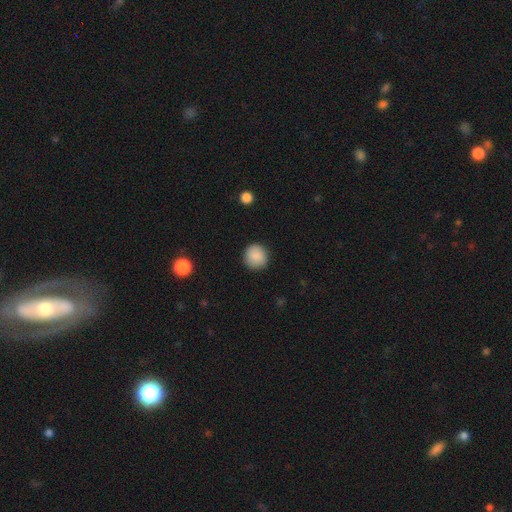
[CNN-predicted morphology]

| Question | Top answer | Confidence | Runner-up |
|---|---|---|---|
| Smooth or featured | smooth | 88% | star or artifact (7%) |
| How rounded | round | 93% | in between (6%) |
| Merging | none | 90% | minor disturbance (7%) |